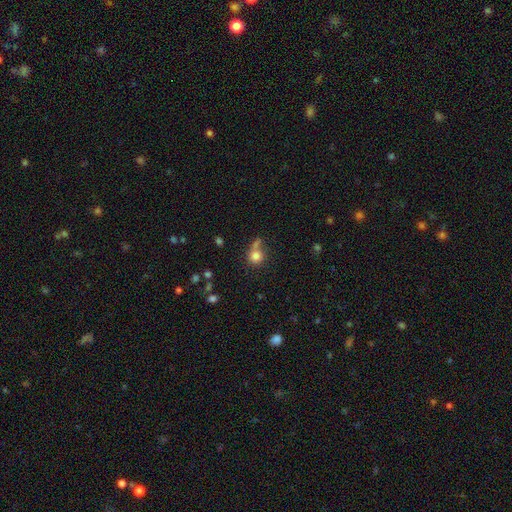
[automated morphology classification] smooth 80%, star or artifact 12%, featured or disk 9%. Down the decision tree: how rounded — round (85%); merging — none (51%).